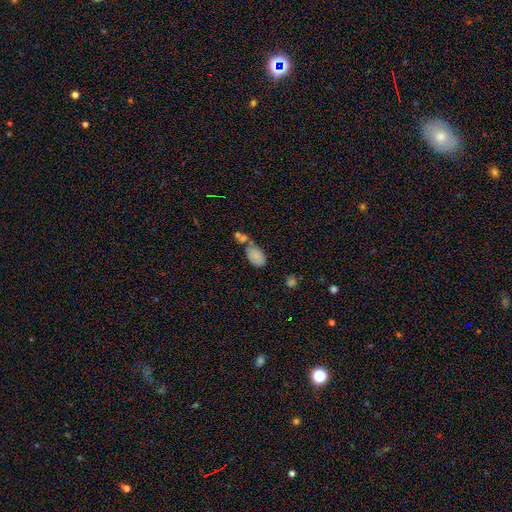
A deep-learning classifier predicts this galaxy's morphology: Smooth or featured: smooth — 81% (featured or disk — 11%)
How rounded: in between — 93% (round — 5%)
Merging: none — 38% (merger — 33%)